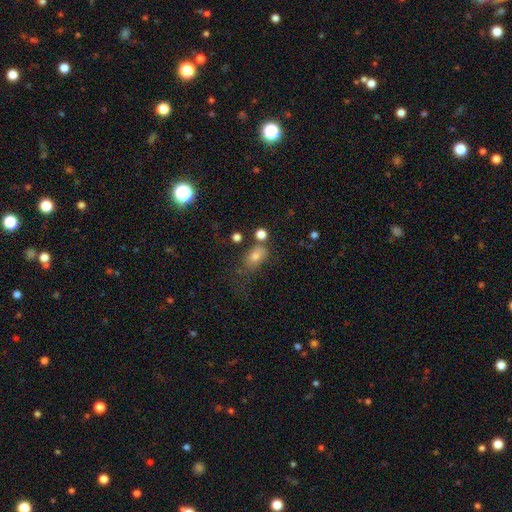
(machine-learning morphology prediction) Overall: smooth (70%). How rounded: in between (77%). Merging: none (51%; minor disturbance 21%).